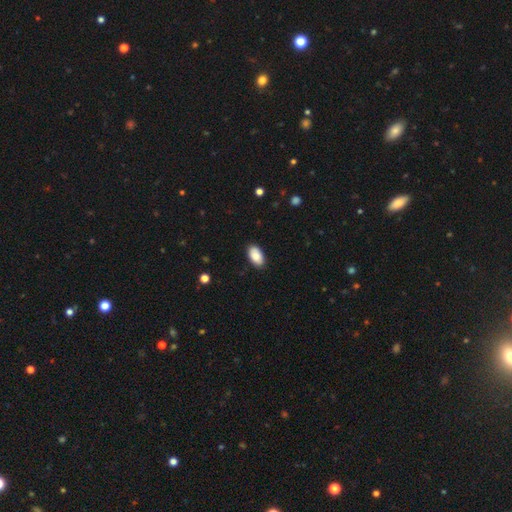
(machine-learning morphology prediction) This appears to be a smooth galaxy with no disk features (88%) that is in between round and cigar-shaped (95%). Merging: none (88%).